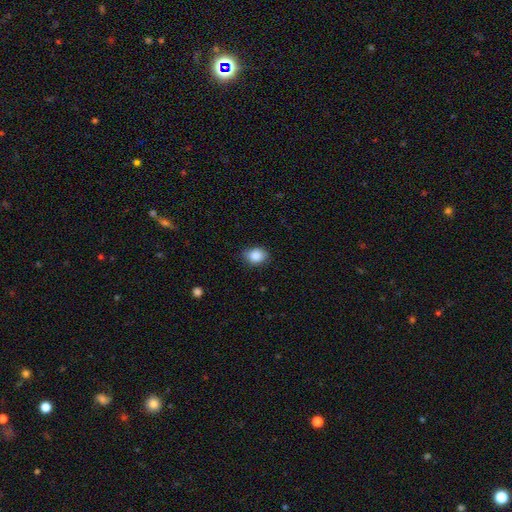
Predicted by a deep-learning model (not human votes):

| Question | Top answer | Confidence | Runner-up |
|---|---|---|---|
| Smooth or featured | smooth | 87% | star or artifact (8%) |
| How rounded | in between | 53% | round (46%) |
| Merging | none | 78% | minor disturbance (18%) |